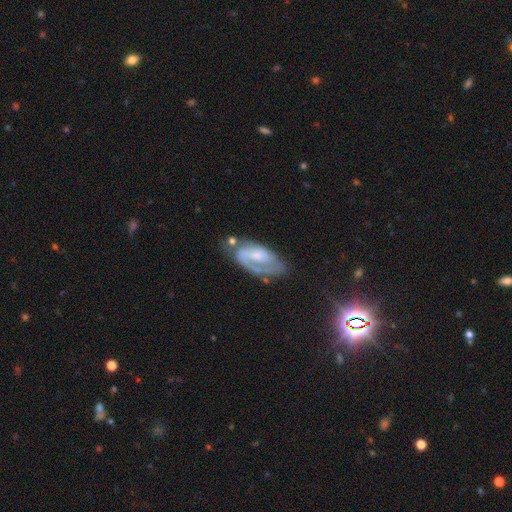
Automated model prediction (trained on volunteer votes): smooth_or_featured: featured or disk (p=0.74) [alt: smooth p=0.20]
disk_edge_on: no (p=0.94) [alt: yes p=0.06]
bar: no (p=0.48) [alt: weak p=0.39]
has_spiral_arms: yes (p=0.88) [alt: no p=0.12]
spiral_winding: tight (p=0.44) [alt: medium p=0.40]
spiral_arm_count: 1 (p=0.46) [alt: 2 p=0.36]
bulge_size: small (p=0.48) [alt: moderate p=0.32]
merging: none (p=0.52) [alt: minor disturbance p=0.24]